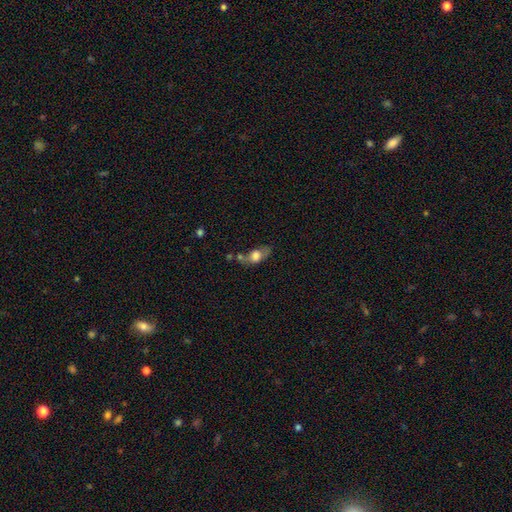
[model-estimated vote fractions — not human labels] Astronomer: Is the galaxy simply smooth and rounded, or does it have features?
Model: smooth — 63%.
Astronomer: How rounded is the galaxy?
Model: in between — 78%.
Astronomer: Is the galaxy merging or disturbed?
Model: none — 44% (runner-up: minor disturbance, 25%).